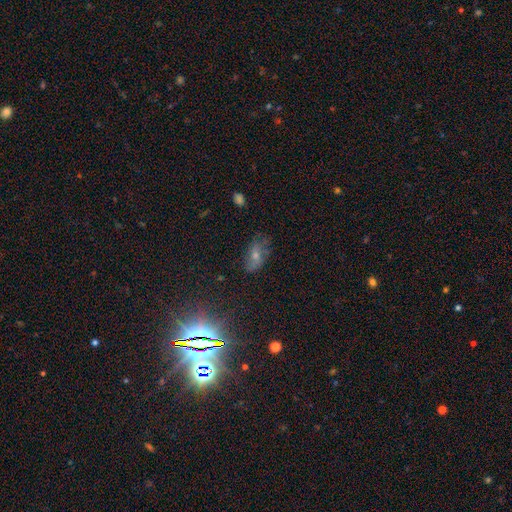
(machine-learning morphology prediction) The model was most divided on "smooth or featured": smooth: 51%, featured or disk: 33%, star or artifact: 17%. More confident: how rounded — in between (87%); merging — none (60%).